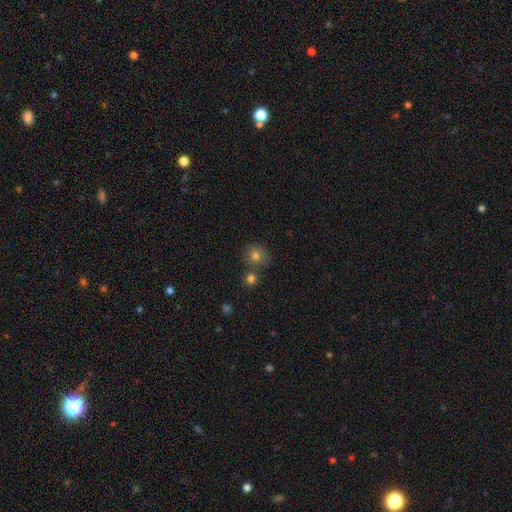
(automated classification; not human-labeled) A smooth galaxy with no disk features (78%) that is round (88%). Merging: none (68%).